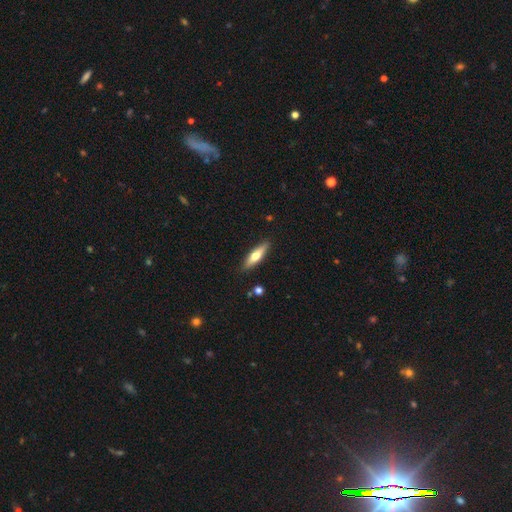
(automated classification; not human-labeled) smooth 51%, featured or disk 44%, star or artifact 6%. Down the decision tree: how rounded — cigar-shaped (65%); merging — none (88%).